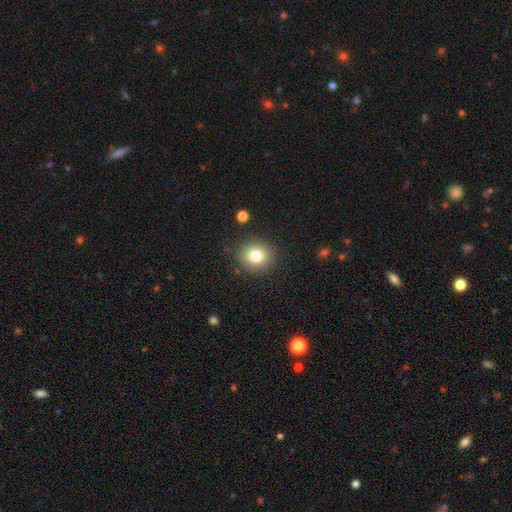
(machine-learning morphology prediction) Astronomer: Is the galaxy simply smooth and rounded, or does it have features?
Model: smooth — 79%.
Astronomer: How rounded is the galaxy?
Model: round — 85%.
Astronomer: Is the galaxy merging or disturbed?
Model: none — 88%.